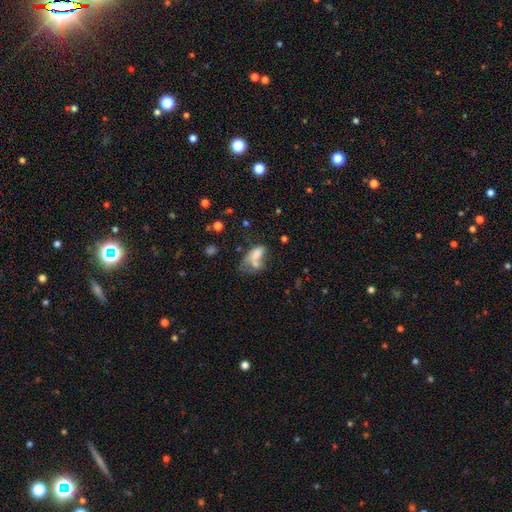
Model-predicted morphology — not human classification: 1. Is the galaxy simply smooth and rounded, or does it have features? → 63% smooth, 25% featured or disk, 11% star or artifact.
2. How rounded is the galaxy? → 86% in between, 7% cigar-shaped, 7% round.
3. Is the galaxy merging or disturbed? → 44% merger, 23% major disturbance, 18% none, 15% minor disturbance.